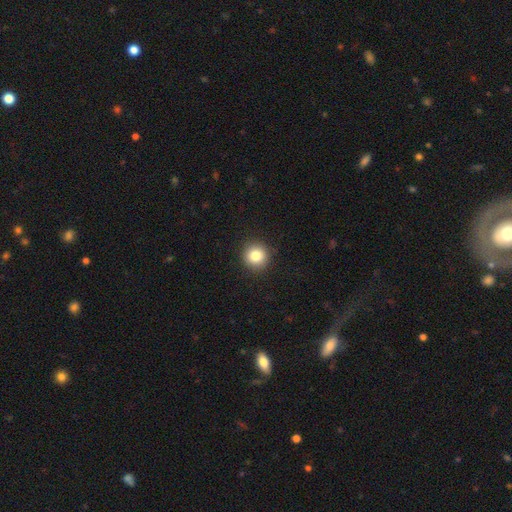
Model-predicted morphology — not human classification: Smooth or featured?
  - smooth: 83% *
  - star or artifact: 10%
  - featured or disk: 6%
How rounded?
  - round: 94% *
  - in between: 5%
  - cigar-shaped: 1%
Merging?
  - none: 92% *
  - minor disturbance: 6%
  - major disturbance: 2%
  - merger: 1%